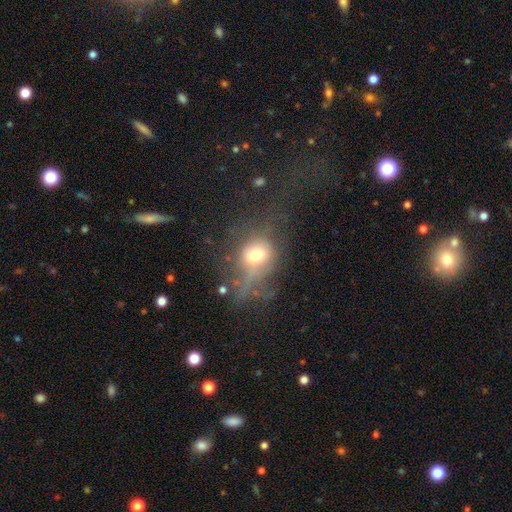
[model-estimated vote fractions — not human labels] smooth-or-featured: smooth: 59% | featured or disk: 25% | star or artifact: 16%
  how-rounded: round: 60% | in between: 38% | cigar-shaped: 2%
  merging: major disturbance: 40% | none: 33% | minor disturbance: 20% | merger: 7%